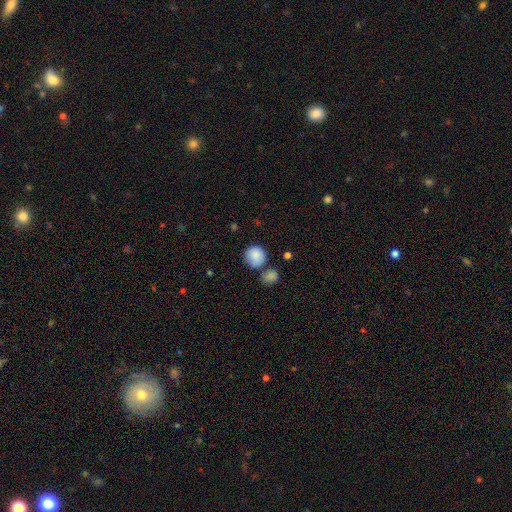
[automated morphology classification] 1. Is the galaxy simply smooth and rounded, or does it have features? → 87% smooth, 7% star or artifact, 6% featured or disk.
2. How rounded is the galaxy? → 88% round, 11% in between, 1% cigar-shaped.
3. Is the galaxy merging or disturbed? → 64% none, 16% merger, 15% minor disturbance, 4% major disturbance.